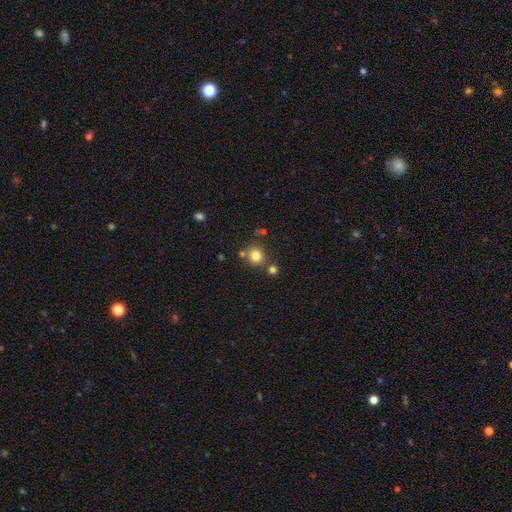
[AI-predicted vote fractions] A smooth galaxy with no disk features (81%) that is round (86%).

Vote fractions:
- Smooth or featured? smooth: 81% / star or artifact: 13% / featured or disk: 7%
- How rounded? round: 86% / in between: 13% / cigar-shaped: 1%
- Merging? none: 74% / merger: 13% / minor disturbance: 10% / major disturbance: 3%